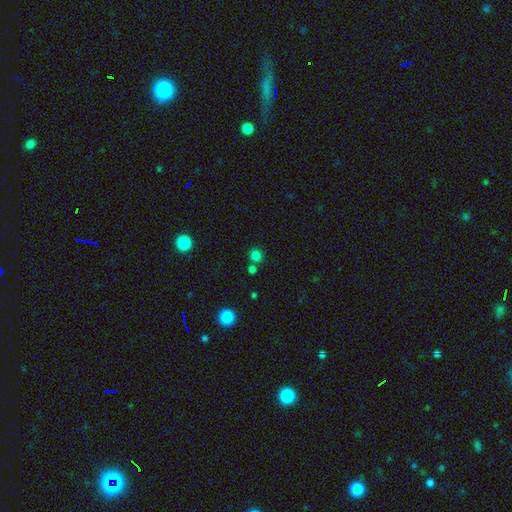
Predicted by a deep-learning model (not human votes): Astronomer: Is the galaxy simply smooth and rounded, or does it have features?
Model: smooth — 78%.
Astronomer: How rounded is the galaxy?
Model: round — 89%.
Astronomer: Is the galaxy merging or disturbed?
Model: none — 73%.